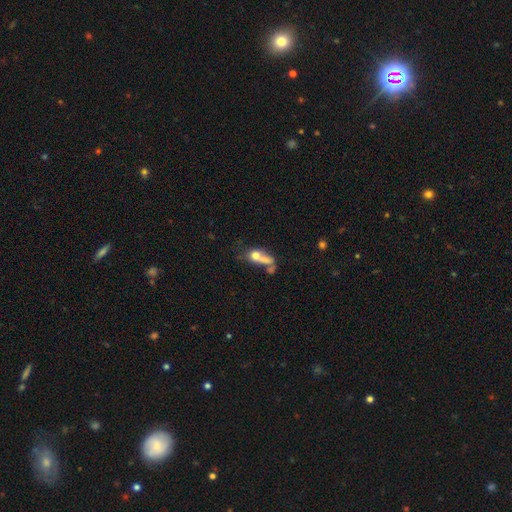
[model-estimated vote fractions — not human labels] Smooth or featured: smooth — 61% (featured or disk — 27%)
How rounded: in between — 51% (round — 36%)
Merging: merger — 48% (none — 21%)